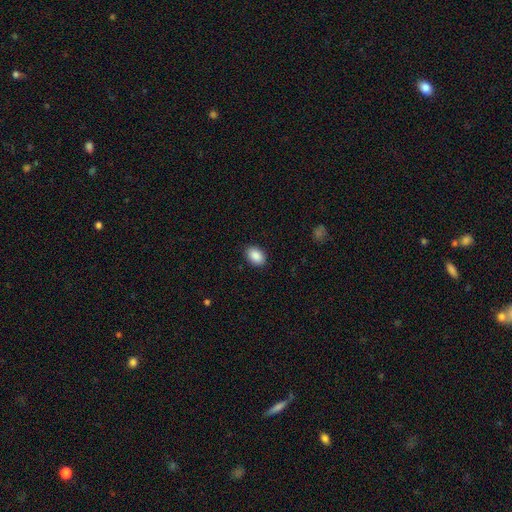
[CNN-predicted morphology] This appears to be a smooth galaxy with no disk features (89%) that is in between round and cigar-shaped (85%). Merging: none (89%).